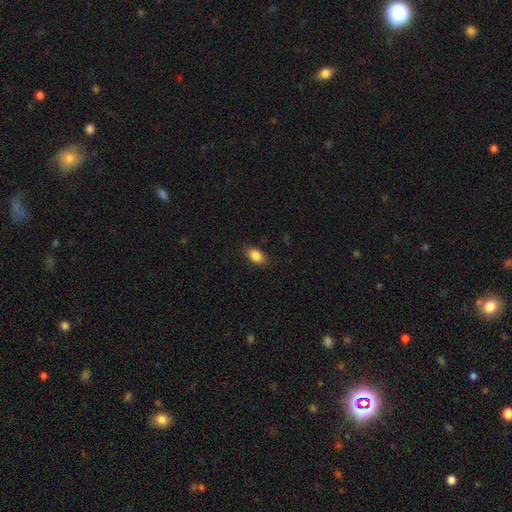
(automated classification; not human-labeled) smooth 87%, star or artifact 8%, featured or disk 5%. Down the decision tree: how rounded — in between (84%); merging — none (85%).